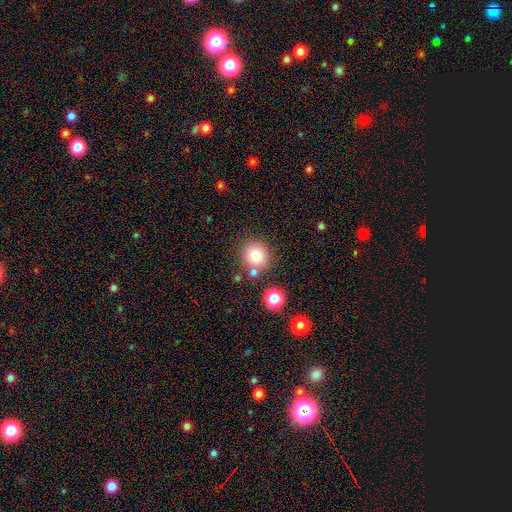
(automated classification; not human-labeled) Smooth or featured? smooth (82%)
How rounded? round (86%)
Merging? none (74%)